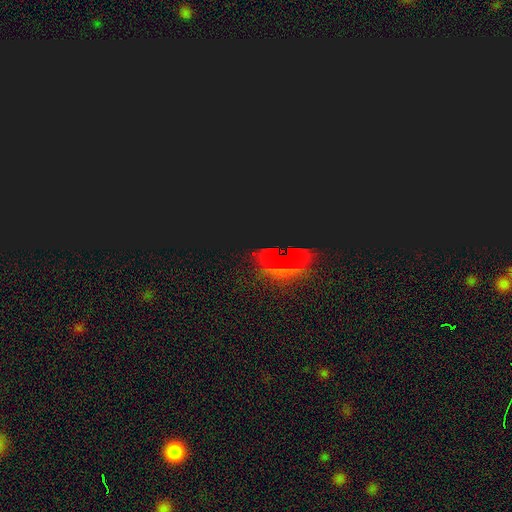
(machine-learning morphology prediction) smooth_or_featured: star or artifact (p=0.74) [alt: smooth p=0.16]